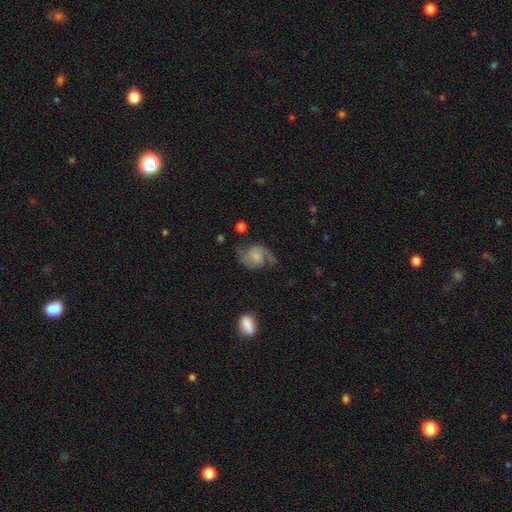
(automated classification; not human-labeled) Smooth or featured?
  - featured or disk: 78% *
  - smooth: 15%
  - star or artifact: 7%
Edge-on disk?
  - no: 98% *
  - yes: 2%
Bar?
  - no: 60% *
  - weak: 34%
  - strong: 7%
Spiral arms?
  - yes: 95% *
  - no: 5%
Spiral winding?
  - medium: 47% *
  - loose: 39%
  - tight: 14%
Spiral arm count?
  - 2: 90% *
  - 1: 4%
  - can't tell: 3%
  - 3: 1%
  - 4: 1%
  - more than 4: 1%
Bulge size?
  - none: 32% *
  - small: 30%
  - moderate: 25%
  - large: 10%
  - dominant: 3%
Merging?
  - none: 63% *
  - minor disturbance: 20%
  - major disturbance: 14%
  - merger: 3%